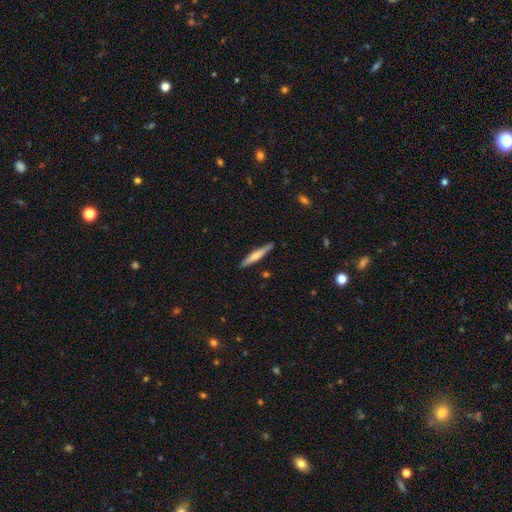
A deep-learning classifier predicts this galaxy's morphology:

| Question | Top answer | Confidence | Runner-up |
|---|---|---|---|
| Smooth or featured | smooth | 58% | featured or disk (36%) |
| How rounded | cigar-shaped | 93% | in between (5%) |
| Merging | none | 89% | minor disturbance (8%) |